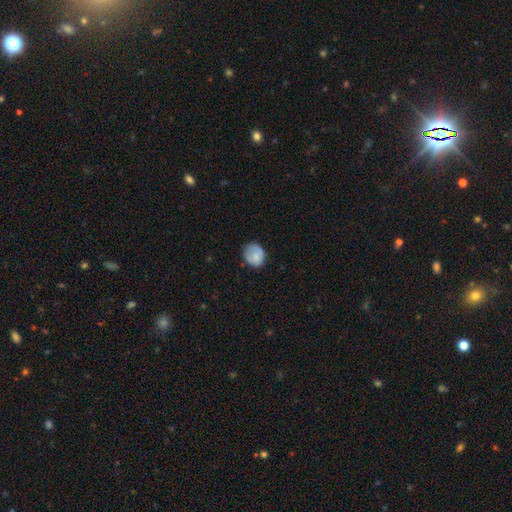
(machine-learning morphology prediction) Smooth or featured? Predicted: smooth (p=0.77). How rounded? Predicted: round (p=0.62). Merging? Predicted: none (p=0.67).